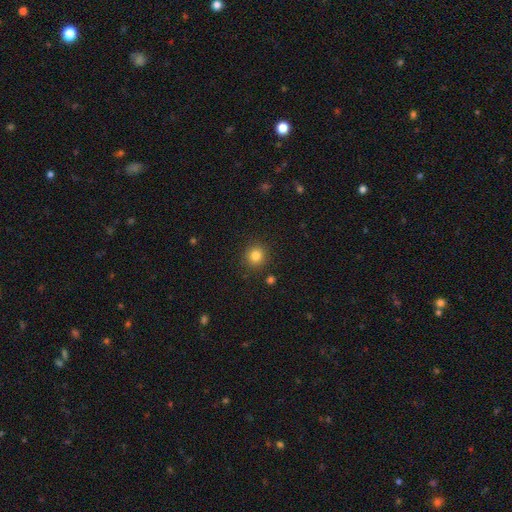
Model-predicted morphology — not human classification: Smooth or featured: smooth — 82% (star or artifact — 12%)
How rounded: round — 92% (in between — 8%)
Merging: none — 89% (minor disturbance — 7%)